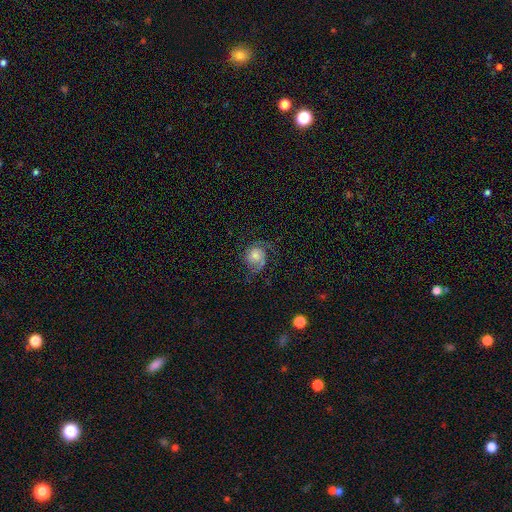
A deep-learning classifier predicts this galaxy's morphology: smooth_or_featured: featured or disk (p=0.65) [alt: smooth p=0.26]
disk_edge_on: no (p=0.97) [alt: yes p=0.03]
bar: no (p=0.77) [alt: weak p=0.20]
has_spiral_arms: yes (p=0.92) [alt: no p=0.08]
spiral_winding: medium (p=0.44) [alt: loose p=0.30]
spiral_arm_count: 2 (p=0.72) [alt: 1 p=0.13]
bulge_size: moderate (p=0.41) [alt: small p=0.35]
merging: none (p=0.62) [alt: minor disturbance p=0.19]